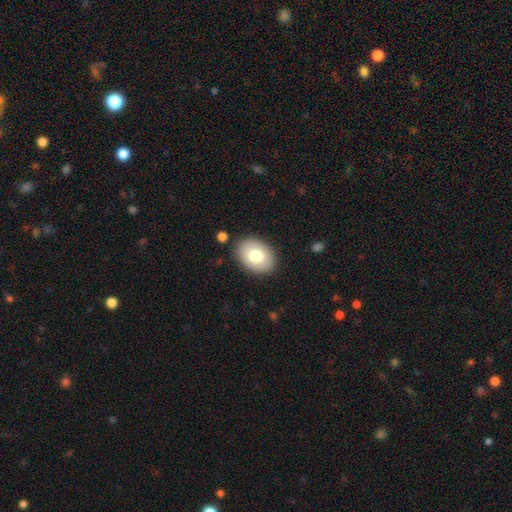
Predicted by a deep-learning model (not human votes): A smooth galaxy with no disk features (75%) that is in between round and cigar-shaped (77%).

Vote fractions:
- Smooth or featured? smooth: 75% / featured or disk: 18% / star or artifact: 7%
- How rounded? in between: 77% / round: 22% / cigar-shaped: 1%
- Merging? none: 87% / minor disturbance: 9% / major disturbance: 2% / merger: 2%